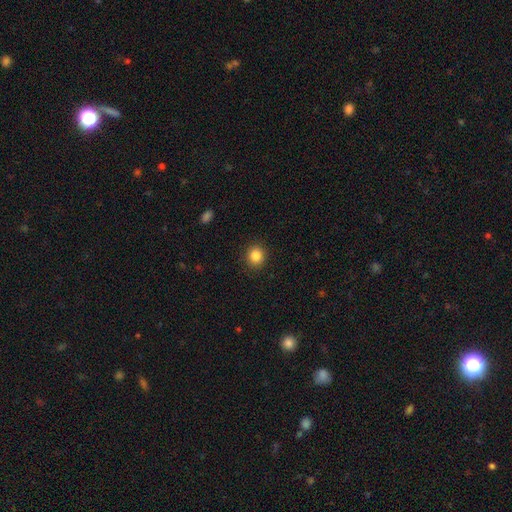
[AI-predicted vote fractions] Smooth or featured: smooth — 85% (star or artifact — 10%)
How rounded: round — 87% (in between — 12%)
Merging: none — 91% (minor disturbance — 6%)